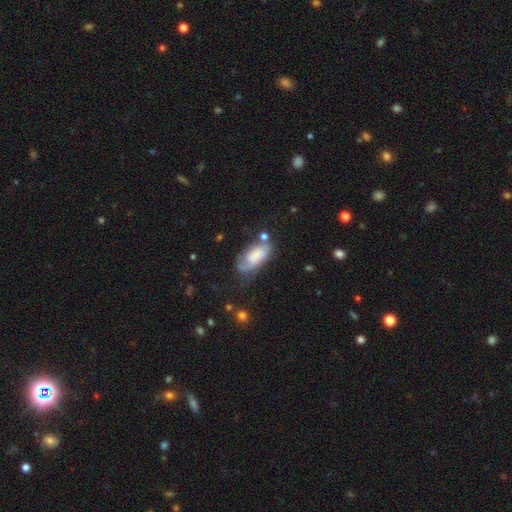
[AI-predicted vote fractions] Morphology: type=featured or disk (51%); edge-on=no (93%); merging=none (42%).